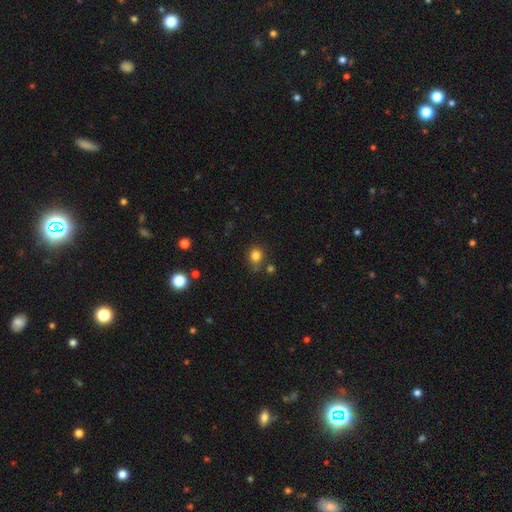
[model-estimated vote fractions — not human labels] Overall: smooth (82%). How rounded: round (77%). Merging: none (68%).